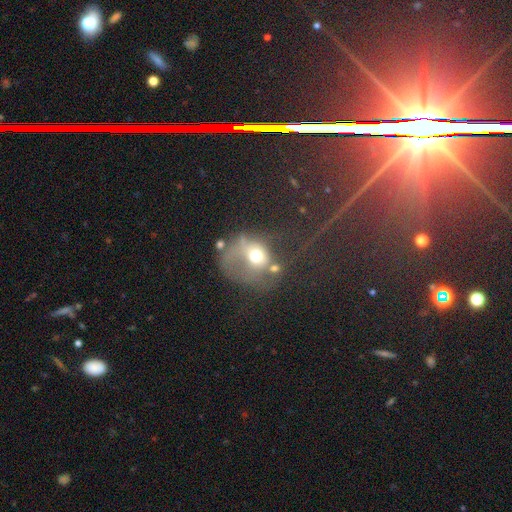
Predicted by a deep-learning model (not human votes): Smooth or featured: smooth — 52% (featured or disk — 31%)
How rounded: round — 68% (in between — 31%)
Merging: major disturbance — 47% (none — 21%)